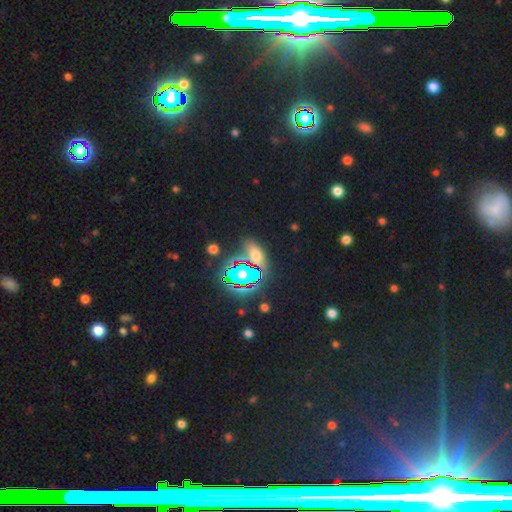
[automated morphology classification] Smooth or featured? star or artifact (46%)